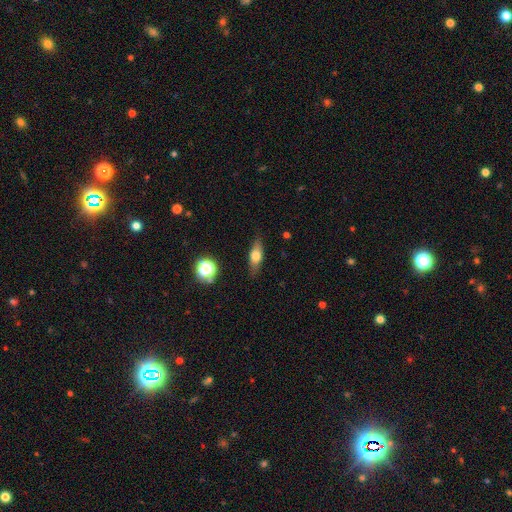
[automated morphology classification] Smooth or featured?
  - smooth: 61% *
  - featured or disk: 30%
  - star or artifact: 9%
How rounded?
  - in between: 60% *
  - cigar-shaped: 33%
  - round: 7%
Merging?
  - none: 84% *
  - minor disturbance: 12%
  - major disturbance: 3%
  - merger: 2%